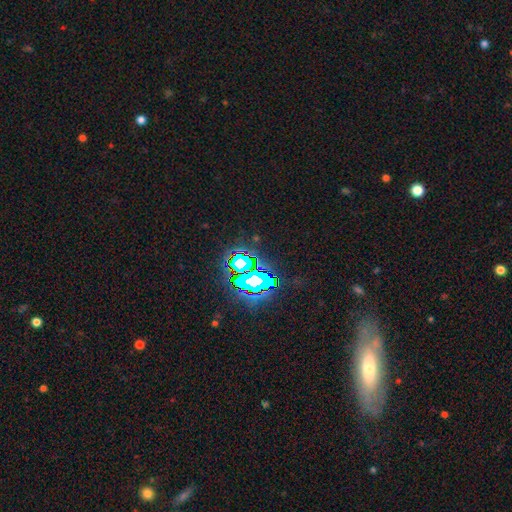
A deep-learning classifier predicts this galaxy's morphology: The model was most divided on "smooth or featured": star or artifact: 73%, smooth: 14%, featured or disk: 13%.